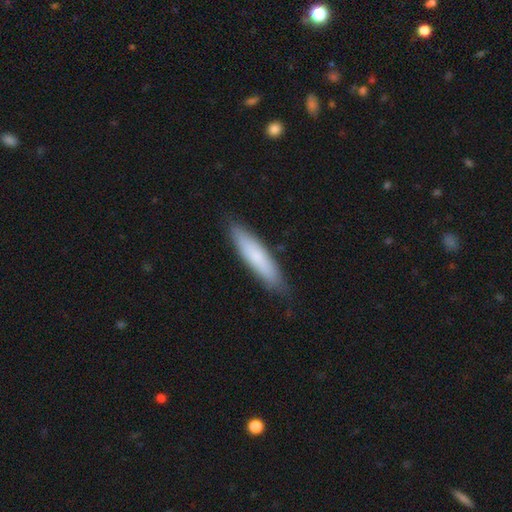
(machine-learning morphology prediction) The model was most divided on "smooth or featured": smooth: 74%, featured or disk: 20%, star or artifact: 6%. More confident: merging — none (85%); how rounded — cigar-shaped (80%).